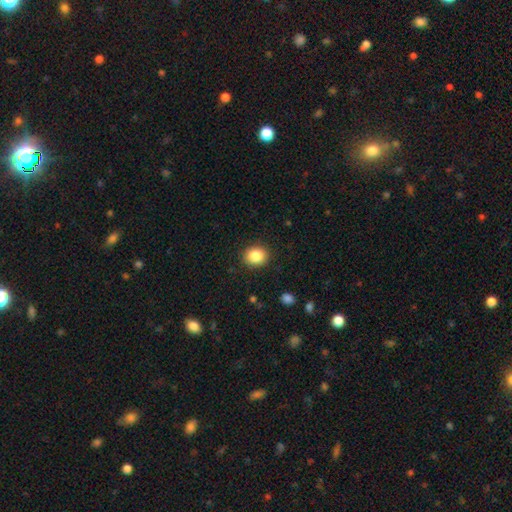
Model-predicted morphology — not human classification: The model was most divided on "how rounded": round: 70%, in between: 29%, cigar-shaped: 1%. More confident: merging — none (89%); smooth or featured — smooth (86%).